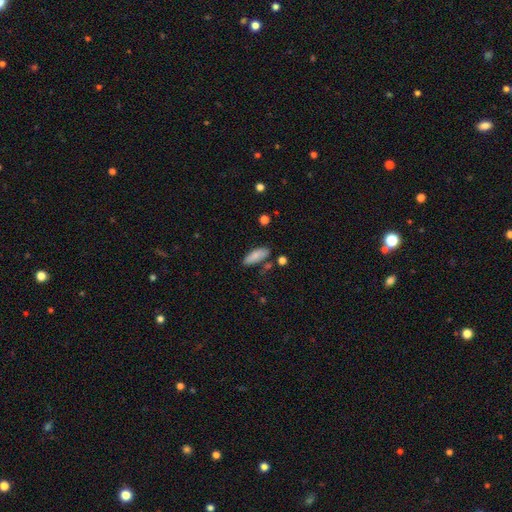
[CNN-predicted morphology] Smooth or featured? smooth (82%)
How rounded? in between (69%)
Merging? none (75%)